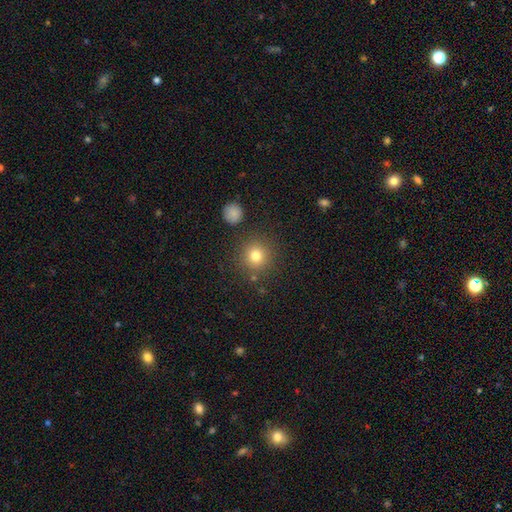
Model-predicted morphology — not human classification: Smooth or featured?
  - smooth: 79% *
  - star or artifact: 13%
  - featured or disk: 7%
How rounded?
  - round: 93% *
  - in between: 6%
  - cigar-shaped: 1%
Merging?
  - none: 85% *
  - minor disturbance: 8%
  - merger: 4%
  - major disturbance: 3%